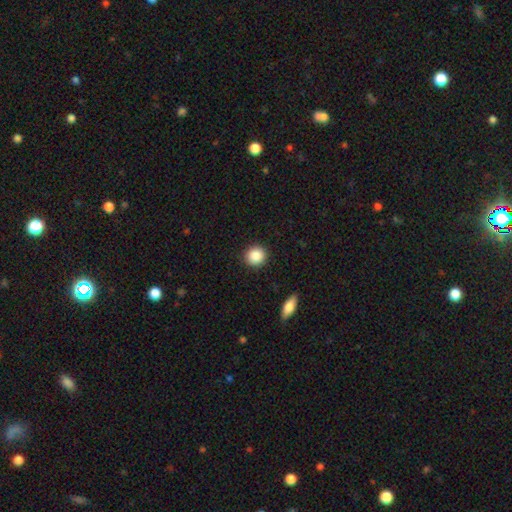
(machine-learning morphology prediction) Smooth or featured? Predicted: smooth (p=0.88). How rounded? Predicted: round (p=0.88). Merging? Predicted: none (p=0.91).